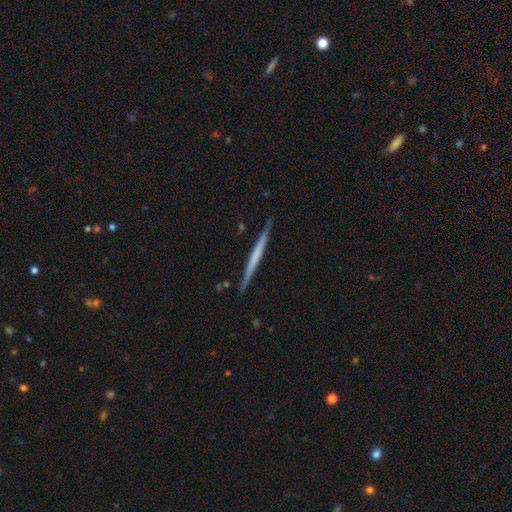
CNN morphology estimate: Overall: featured or disk (54%; smooth 41%). Edge-on disk: yes (97%). Edge-on bulge: none (88%). Merging: none (89%).